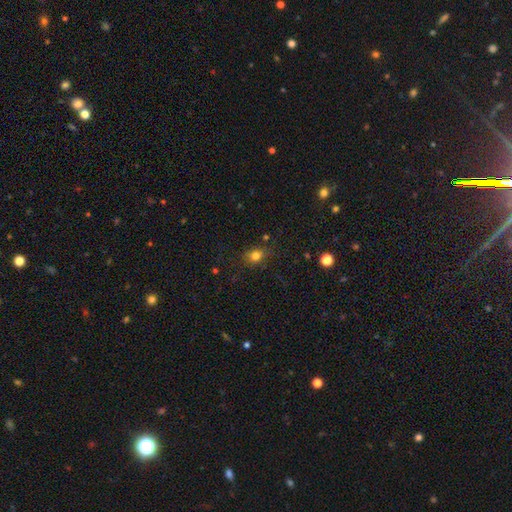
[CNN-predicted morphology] This appears to be a smooth galaxy with no disk features (78%) that is round (51%). Merging: none (77%).